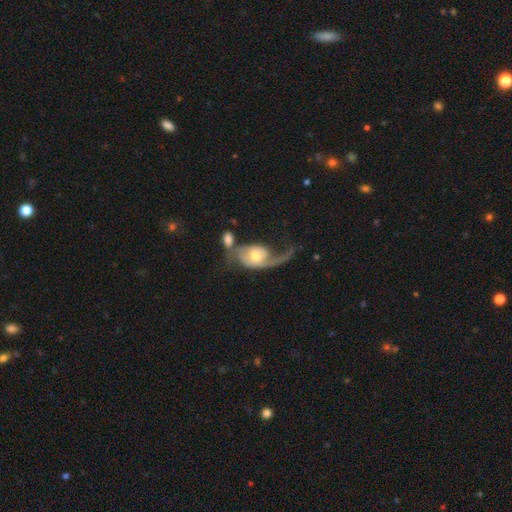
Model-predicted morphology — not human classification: The model was most divided on "merging": major disturbance: 34%, merger: 29%, none: 24%, minor disturbance: 13%. More confident: edge-on disk — no (95%); spiral arms — yes (88%); smooth or featured — featured or disk (73%); spiral winding — loose (67%); bar — no (65%); bulge size — moderate (61%); spiral arm count — 1 (54%).